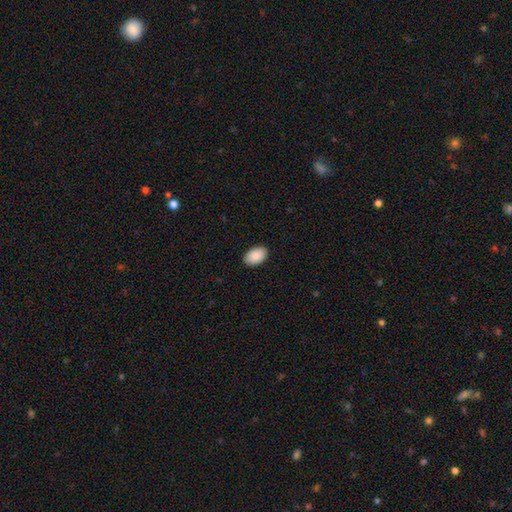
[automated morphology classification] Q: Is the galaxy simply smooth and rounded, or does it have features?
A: smooth — 91%.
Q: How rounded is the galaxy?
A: in between — 91%.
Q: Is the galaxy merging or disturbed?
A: none — 90%.